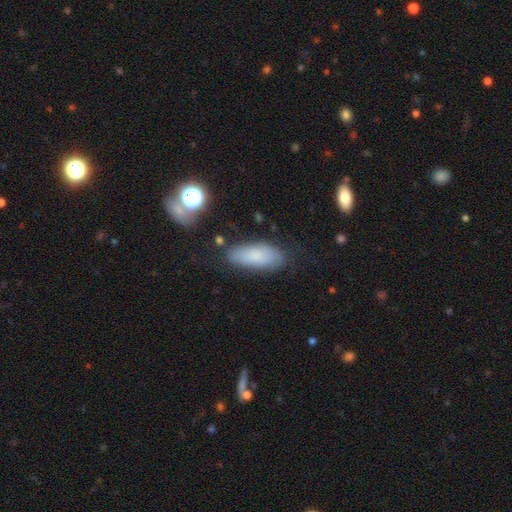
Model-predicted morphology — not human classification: This is clearly a smooth galaxy (81%). How rounded: likely in between (73%). Merging: likely none (75%).